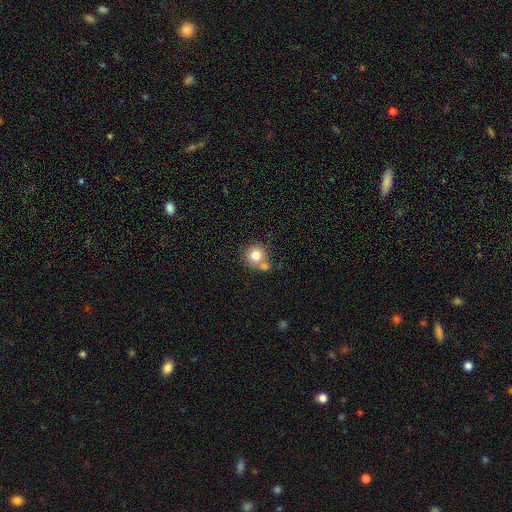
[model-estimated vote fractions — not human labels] Morphology: type=smooth (78%); roundness=round (90%); merging=none (56%).